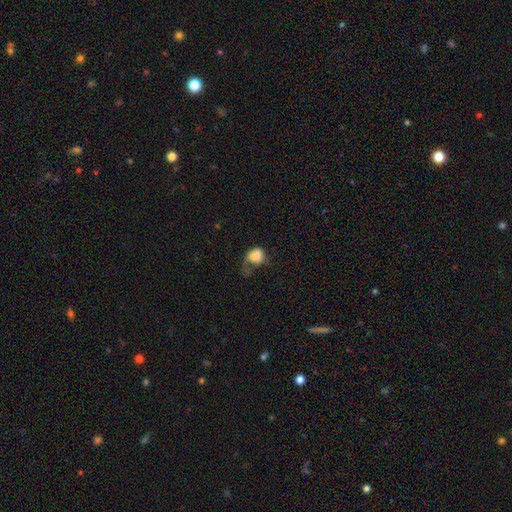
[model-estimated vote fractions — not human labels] Q: Smooth or featured?
A: smooth (67%); runner-up: featured or disk (23%)
Q: How rounded?
A: in between (52%); runner-up: round (47%)
Q: Merging?
A: major disturbance (51%); runner-up: none (17%)